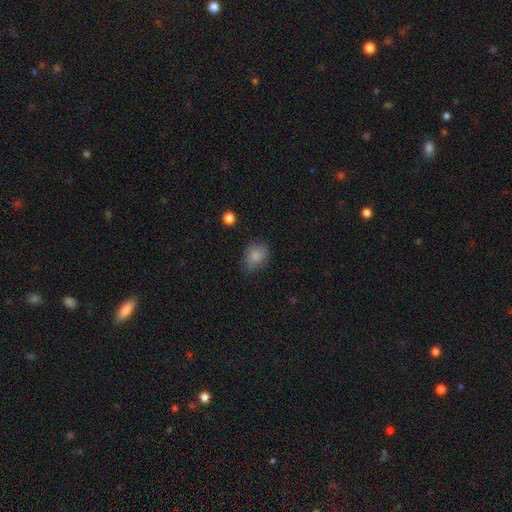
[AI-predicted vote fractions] Smooth or featured? smooth (82%)
How rounded? in between (59%)
Merging? none (63%)